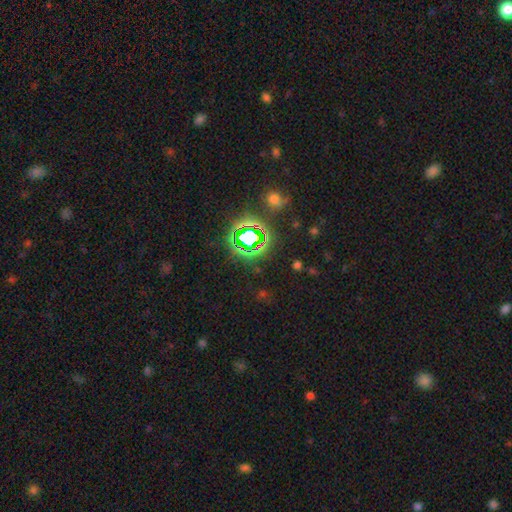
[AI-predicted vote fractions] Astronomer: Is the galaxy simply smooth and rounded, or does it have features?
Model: star or artifact — 69%.